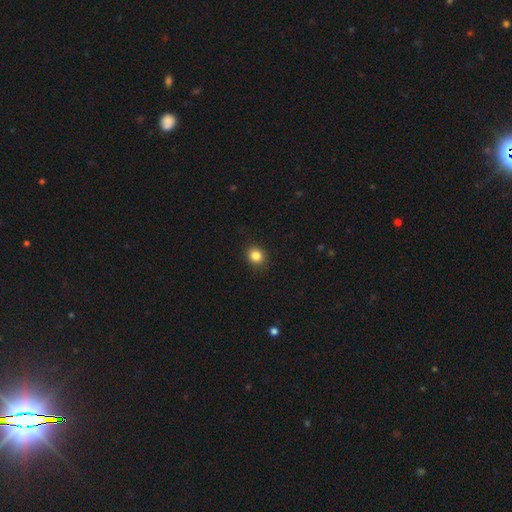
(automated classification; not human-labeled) smooth-or-featured: smooth: 85% | star or artifact: 11% | featured or disk: 4%
  how-rounded: round: 81% | in between: 18% | cigar-shaped: 1%
  merging: none: 91% | minor disturbance: 6% | major disturbance: 2% | merger: 1%